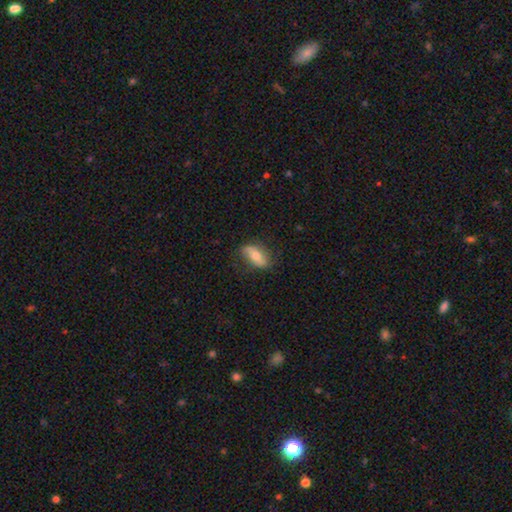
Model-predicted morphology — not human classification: smooth-or-featured: smooth: 51% | featured or disk: 42% | star or artifact: 8%
  how-rounded: in between: 82% | cigar-shaped: 12% | round: 6%
  merging: none: 76% | minor disturbance: 18% | major disturbance: 5% | merger: 1%